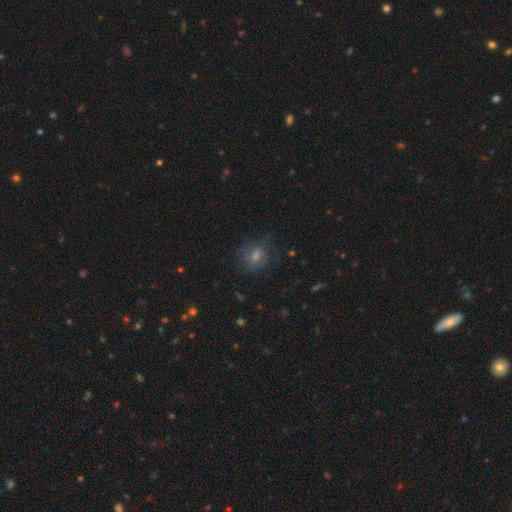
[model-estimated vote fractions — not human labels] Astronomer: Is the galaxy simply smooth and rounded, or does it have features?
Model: smooth — 53%.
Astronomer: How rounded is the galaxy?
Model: round — 79%.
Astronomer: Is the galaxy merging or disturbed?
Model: none — 75%.